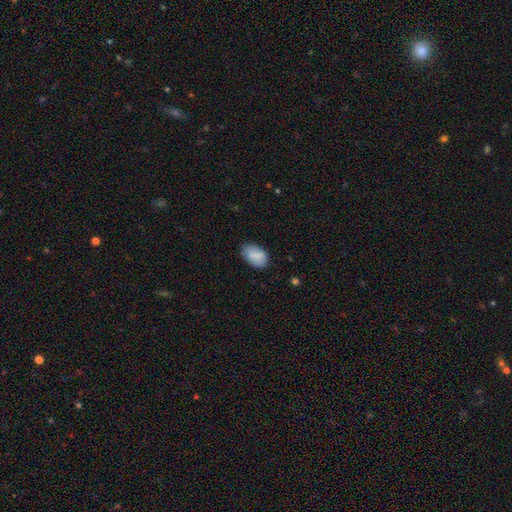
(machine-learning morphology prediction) smooth-or-featured: smooth: 86% | featured or disk: 7% | star or artifact: 7%
  how-rounded: in between: 90% | round: 9% | cigar-shaped: 1%
  merging: none: 68% | minor disturbance: 26% | major disturbance: 4% | merger: 1%